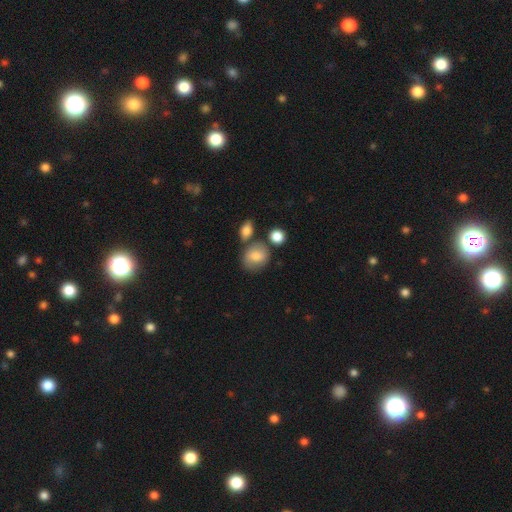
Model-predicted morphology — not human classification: A smooth galaxy with no disk features (76%) that is round (62%). Merging: none (63%).